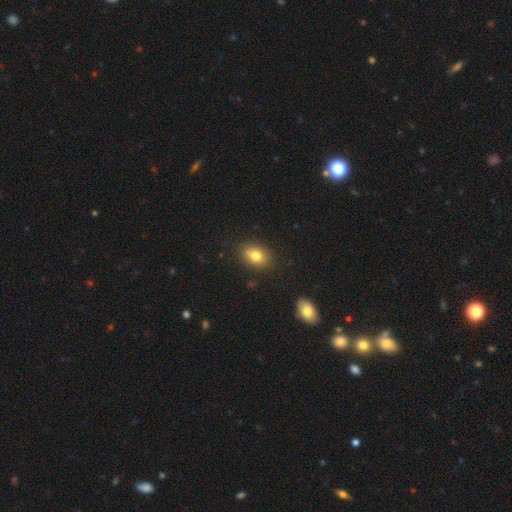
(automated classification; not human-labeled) smooth_or_featured: smooth (p=0.79) [alt: featured or disk p=0.11]
how_rounded: in between (p=0.72) [alt: round p=0.26]
merging: none (p=0.83) [alt: minor disturbance p=0.12]